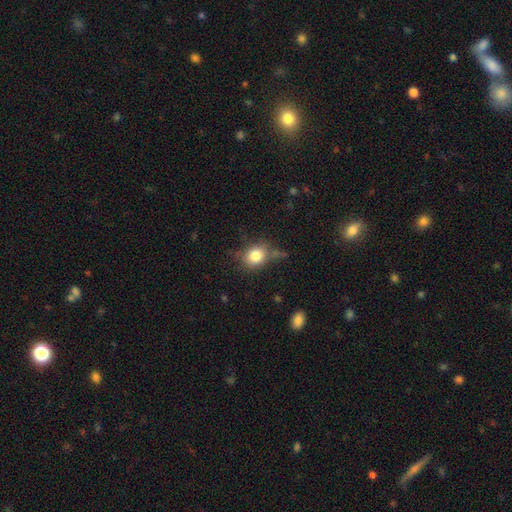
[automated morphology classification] This appears to be a smooth galaxy with no disk features (80%) that is round (59%). Merging: none (65%).